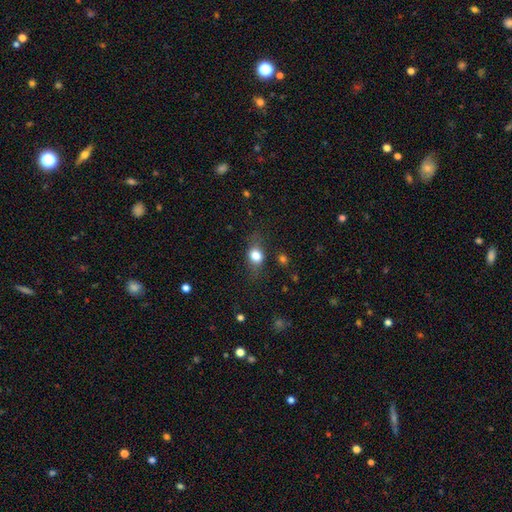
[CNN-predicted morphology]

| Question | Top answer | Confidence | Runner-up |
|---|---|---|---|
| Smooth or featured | smooth | 76% | featured or disk (14%) |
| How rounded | in between | 58% | round (39%) |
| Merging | none | 71% | minor disturbance (19%) |